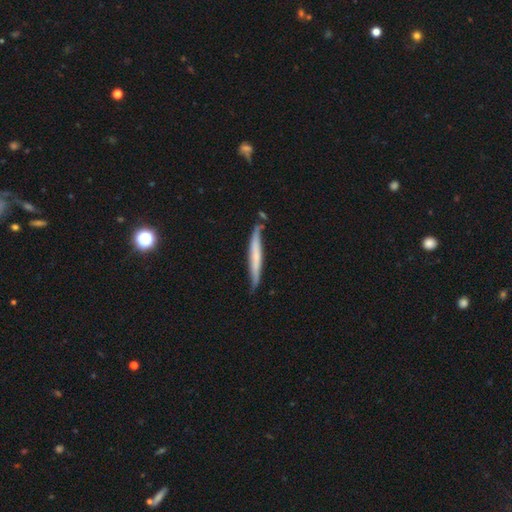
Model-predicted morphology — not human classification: Smooth or featured? Predicted: smooth (p=0.50). Merging? Predicted: none (p=0.66).